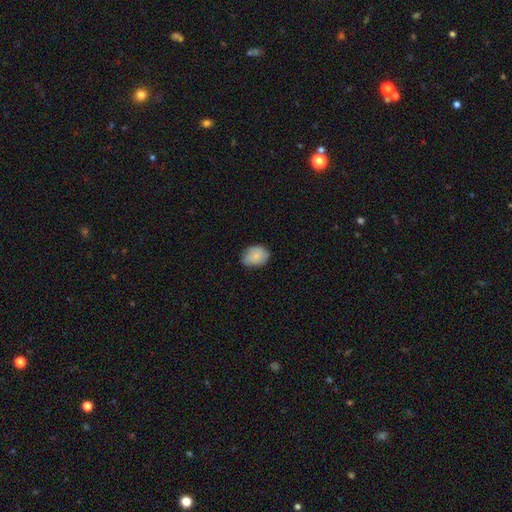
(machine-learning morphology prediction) type=smooth (80%); roundness=in between (65%); merging=none (72%).